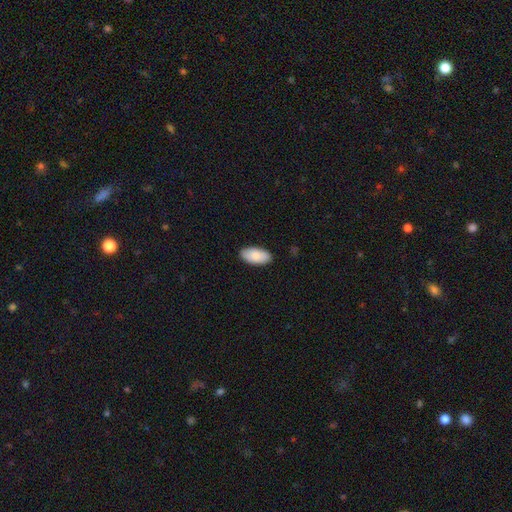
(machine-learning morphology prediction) smooth-or-featured: smooth: 88% | featured or disk: 6% | star or artifact: 5%
  how-rounded: in between: 95% | cigar-shaped: 3% | round: 2%
  merging: none: 89% | minor disturbance: 9% | major disturbance: 2% | merger: 1%